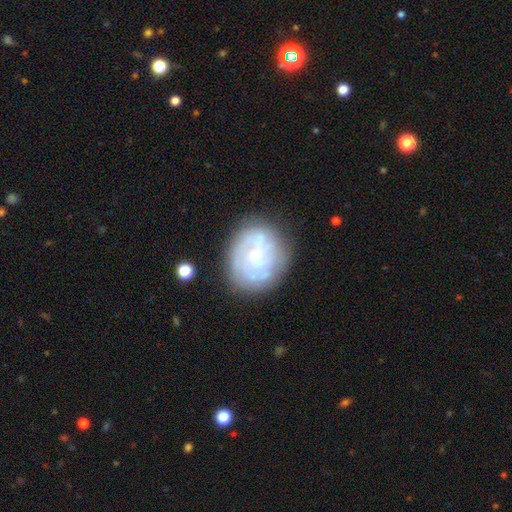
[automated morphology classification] Smooth or featured? Predicted: featured or disk (p=0.65). Edge-on disk? Predicted: no (p=0.98). Bar? Predicted: no (p=0.71). Spiral arms? Predicted: yes (p=0.73). Bulge size? Predicted: small (p=0.56). Merging? Predicted: none (p=0.72).